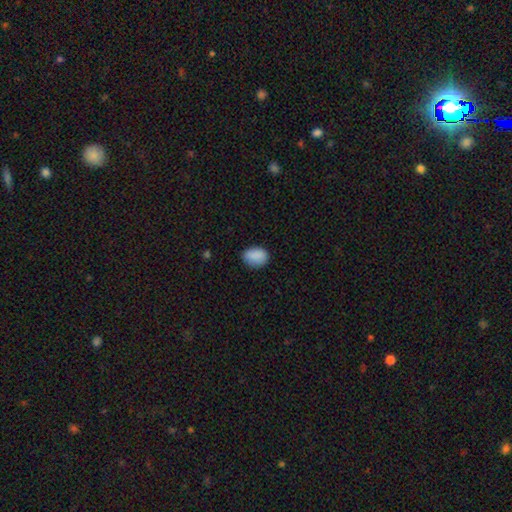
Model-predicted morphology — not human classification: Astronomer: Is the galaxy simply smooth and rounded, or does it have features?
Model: smooth — 88%.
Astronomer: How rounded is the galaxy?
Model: in between — 74%.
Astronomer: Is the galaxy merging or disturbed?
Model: none — 78%.